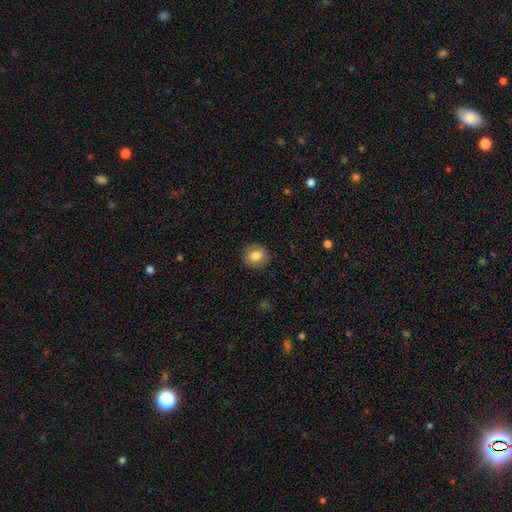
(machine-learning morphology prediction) smooth 81%, featured or disk 10%, star or artifact 8%. Down the decision tree: how rounded — round (87%); merging — none (90%).